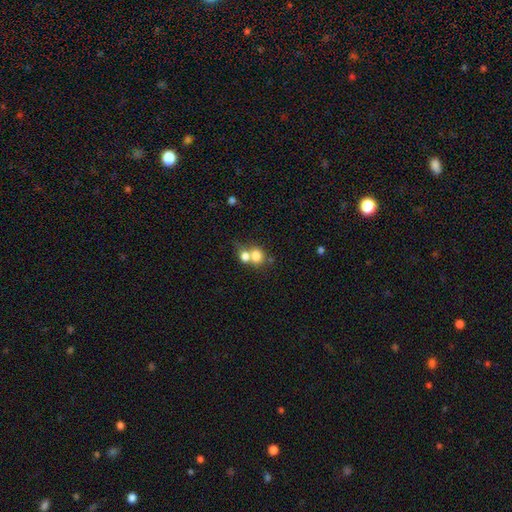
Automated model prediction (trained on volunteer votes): Smooth or featured? Predicted: smooth (p=0.75). How rounded? Predicted: round (p=0.69). Merging? Predicted: merger (p=0.57).